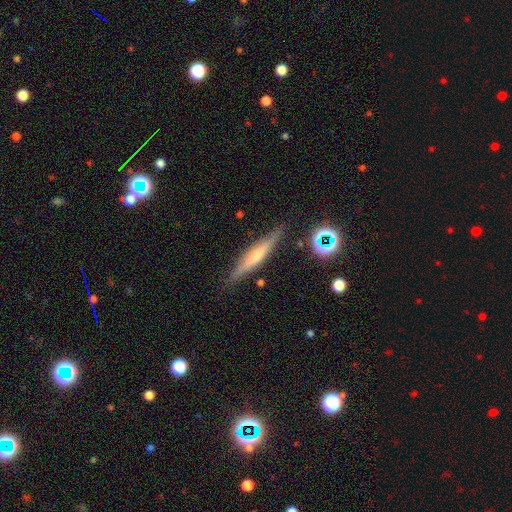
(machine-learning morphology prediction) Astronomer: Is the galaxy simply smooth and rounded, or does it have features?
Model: featured or disk — 63%.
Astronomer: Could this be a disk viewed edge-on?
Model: yes — 94%.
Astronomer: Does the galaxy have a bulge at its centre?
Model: rounded — 75%.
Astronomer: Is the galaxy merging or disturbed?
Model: none — 86%.